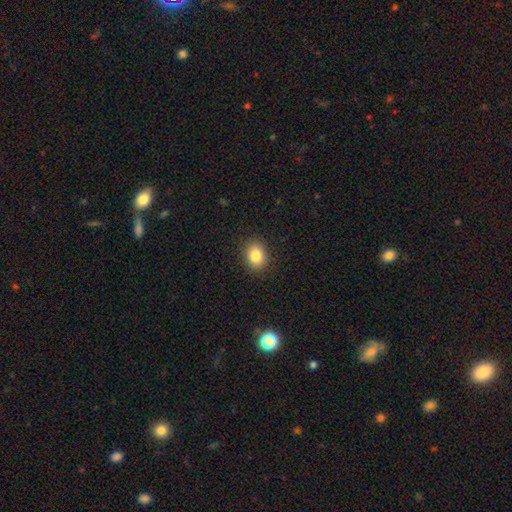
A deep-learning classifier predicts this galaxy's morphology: This is clearly a smooth galaxy (84%). How rounded: possibly in between (52%). Merging: clearly none (89%).